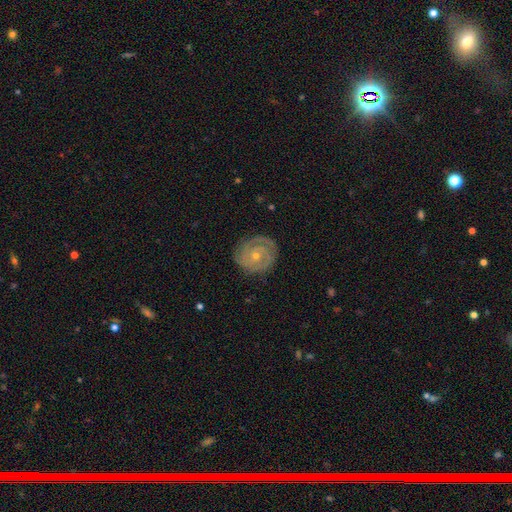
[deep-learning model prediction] This appears to be a featured or disk galaxy (83%) with no bar (78%), 2 (52%) tight (80%) spiral arms (95%) and a small central bulge (61%). Merging: none (84%).